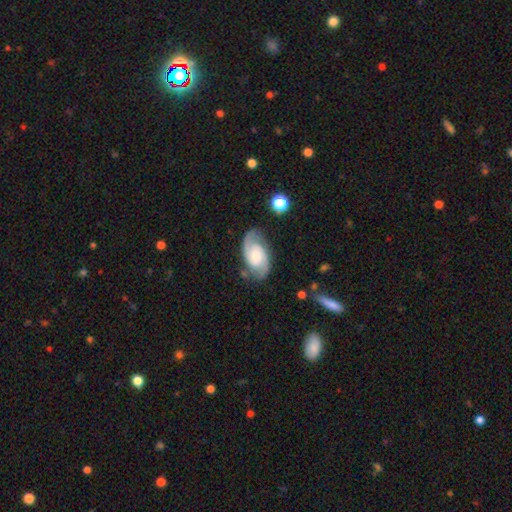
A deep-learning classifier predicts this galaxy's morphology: Smooth or featured? Predicted: featured or disk (p=0.84). Edge-on disk? Predicted: no (p=0.97). Bar? Predicted: no (p=0.58). Spiral arms? Predicted: yes (p=0.97). Spiral winding? Predicted: medium (p=0.51). Spiral arm count? Predicted: 2 (p=0.90). Bulge size? Predicted: small (p=0.40). Merging? Predicted: none (p=0.76).